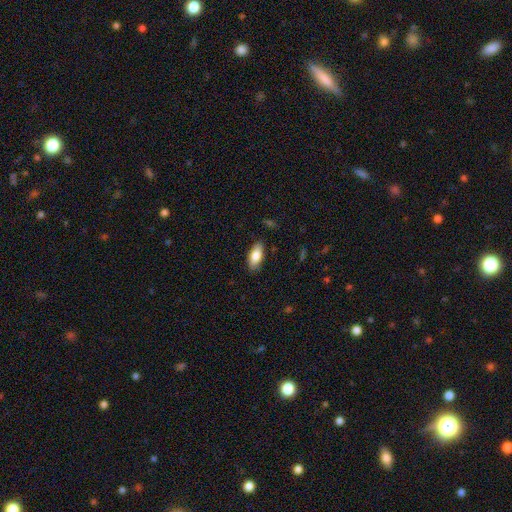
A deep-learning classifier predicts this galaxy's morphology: A smooth galaxy with no disk features (81%) that is in between round and cigar-shaped (85%). Merging: none (87%).